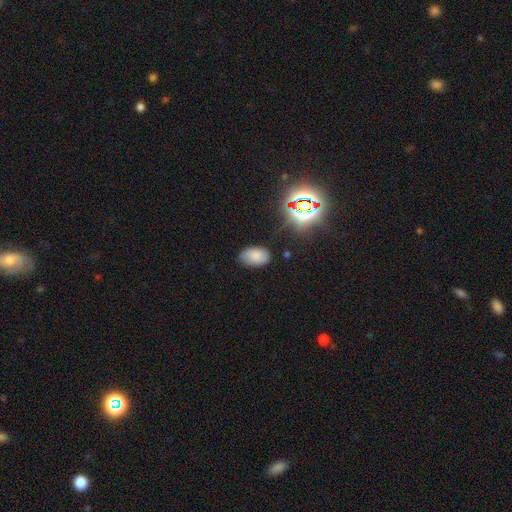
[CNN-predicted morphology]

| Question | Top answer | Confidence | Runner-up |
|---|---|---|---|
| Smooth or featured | smooth | 79% | star or artifact (14%) |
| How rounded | in between | 92% | round (6%) |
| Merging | none | 80% | minor disturbance (15%) |